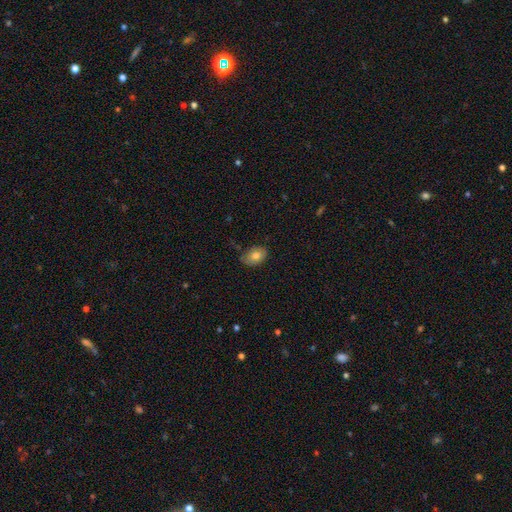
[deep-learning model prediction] smooth-or-featured: smooth: 79% | featured or disk: 12% | star or artifact: 8%
  how-rounded: in between: 77% | round: 22% | cigar-shaped: 1%
  merging: none: 69% | minor disturbance: 25% | major disturbance: 4% | merger: 2%